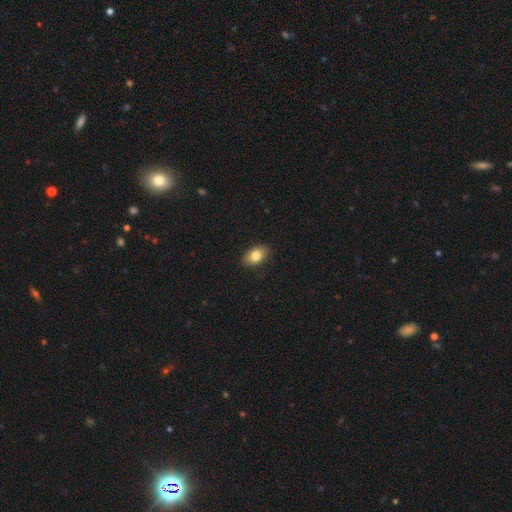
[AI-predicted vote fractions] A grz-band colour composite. It shows a smooth galaxy with no disk features (81%) that is in between round and cigar-shaped (85%). Merging: none (87%).